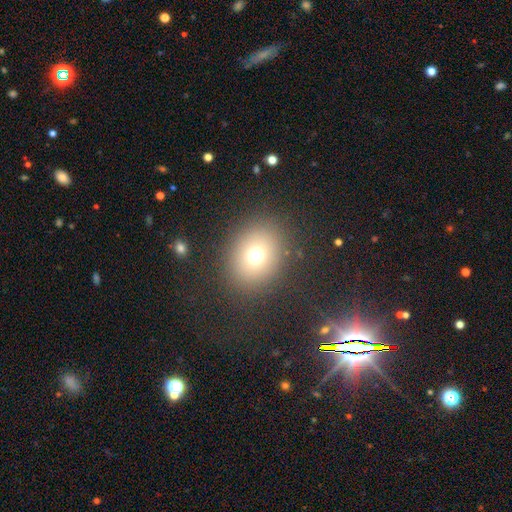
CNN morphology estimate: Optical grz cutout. It shows a smooth galaxy with no disk features (72%) that is round (60%). Merging: none (85%).